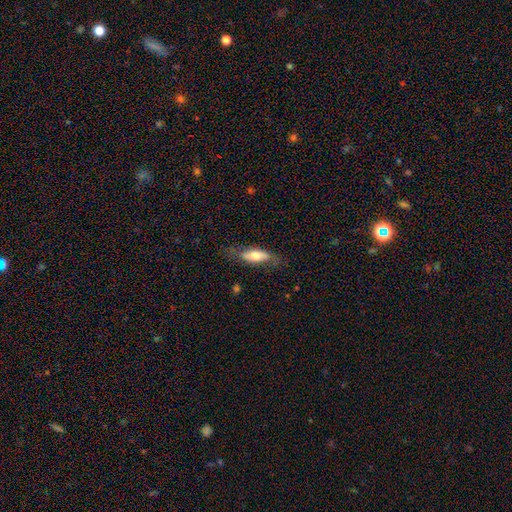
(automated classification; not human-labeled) Smooth or featured?
  - smooth: 57% *
  - featured or disk: 37%
  - star or artifact: 6%
How rounded?
  - in between: 63% *
  - cigar-shaped: 34%
  - round: 3%
Merging?
  - none: 65% *
  - minor disturbance: 24%
  - major disturbance: 10%
  - merger: 2%